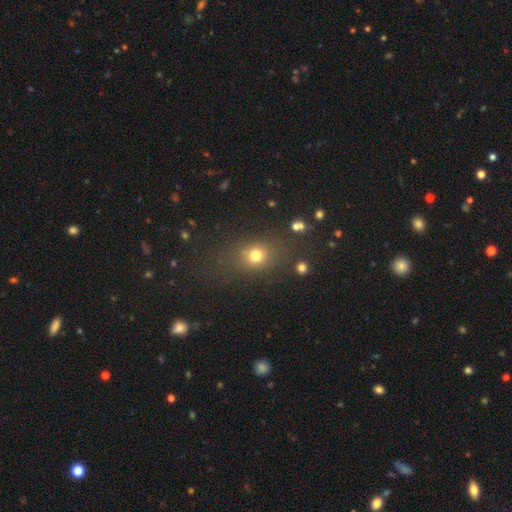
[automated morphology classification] smooth-or-featured: smooth: 74% | star or artifact: 17% | featured or disk: 9%
  how-rounded: round: 58% | in between: 39% | cigar-shaped: 3%
  merging: none: 72% | minor disturbance: 14% | major disturbance: 8% | merger: 6%